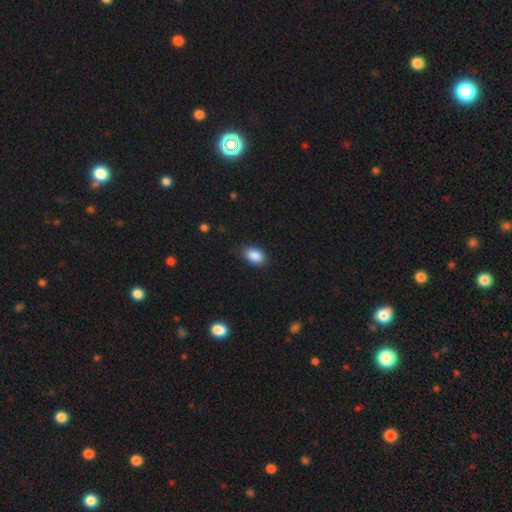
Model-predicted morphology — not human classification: Q: Smooth or featured?
A: smooth (89%); runner-up: star or artifact (8%)
Q: How rounded?
A: in between (83%); runner-up: round (16%)
Q: Merging?
A: none (81%); runner-up: minor disturbance (15%)